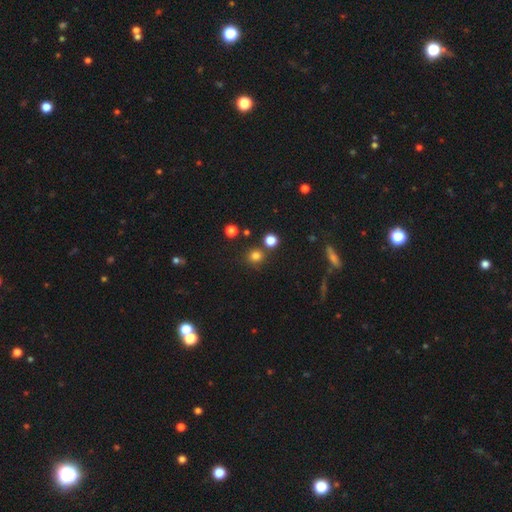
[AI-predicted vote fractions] A smooth galaxy with no disk features (77%) that is round (90%). Merging: none (78%).